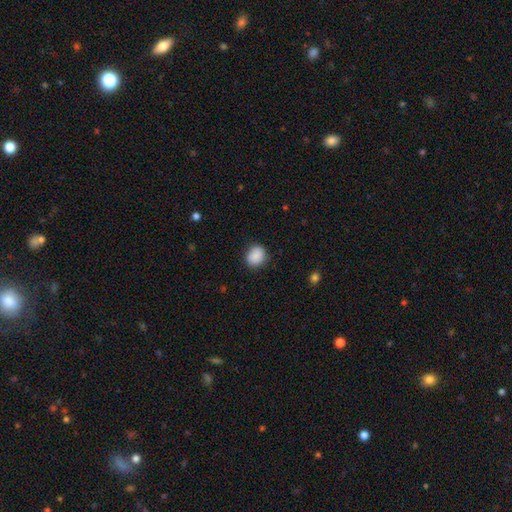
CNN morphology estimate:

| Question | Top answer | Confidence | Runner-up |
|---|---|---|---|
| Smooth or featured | smooth | 87% | star or artifact (8%) |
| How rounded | round | 69% | in between (30%) |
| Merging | none | 83% | minor disturbance (13%) |